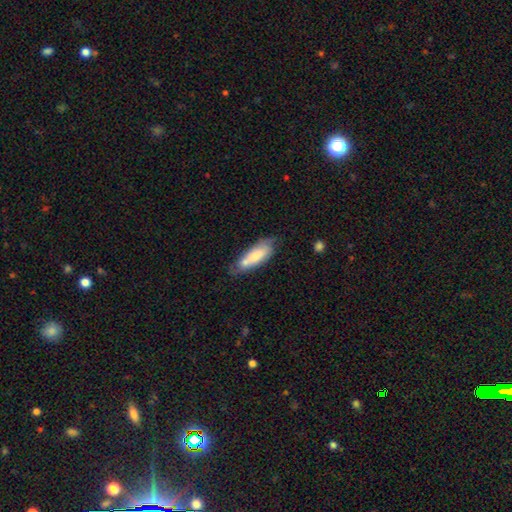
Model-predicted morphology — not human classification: This is likely a smooth galaxy (70%). How rounded: possibly in between (56%). Merging: possibly none (51%).